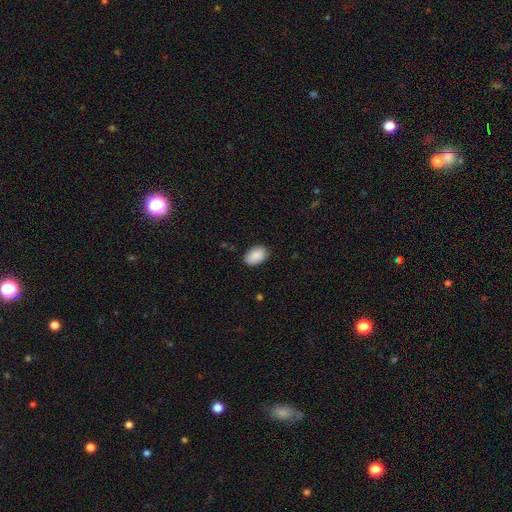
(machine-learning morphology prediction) smooth_or_featured: smooth (p=0.89) [alt: star or artifact p=0.07]
how_rounded: in between (p=0.89) [alt: round p=0.09]
merging: none (p=0.83) [alt: minor disturbance p=0.14]